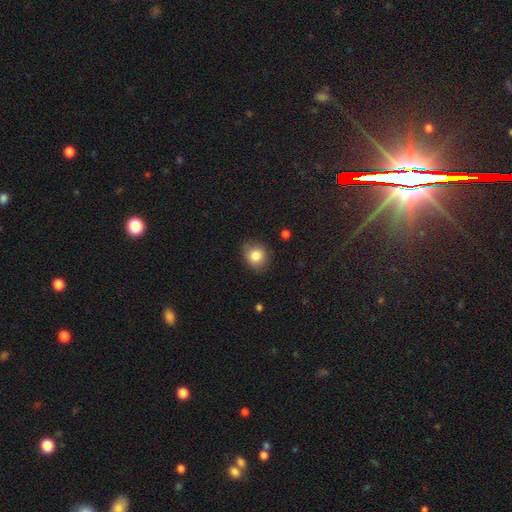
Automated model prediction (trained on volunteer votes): Smooth or featured? Predicted: smooth (p=0.83). How rounded? Predicted: round (p=0.74). Merging? Predicted: none (p=0.79).